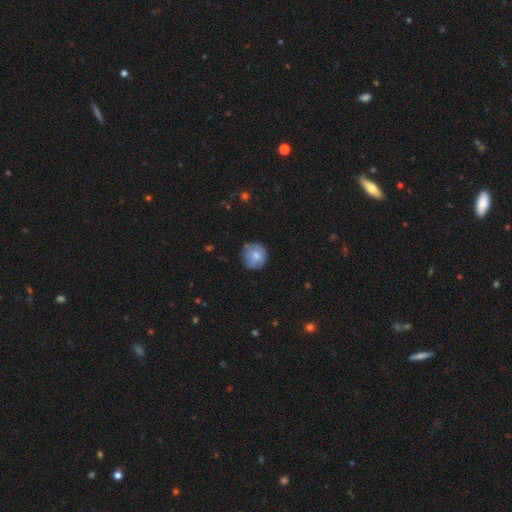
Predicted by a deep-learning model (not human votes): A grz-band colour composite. It shows a smooth galaxy with no disk features (72%) that is round (93%). Merging: none (76%).